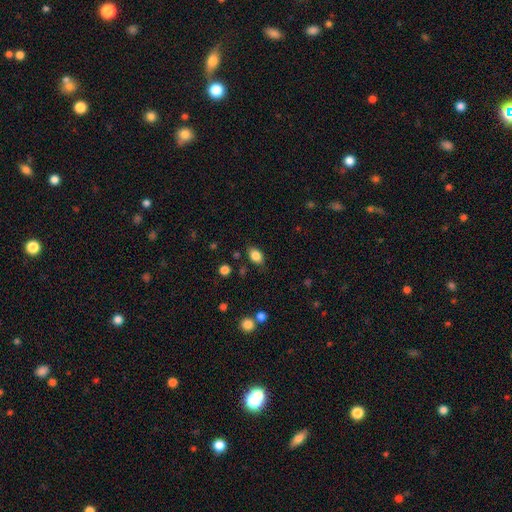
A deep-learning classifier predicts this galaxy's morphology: This is clearly a smooth galaxy (84%). How rounded: clearly in between (83%). Merging: clearly none (80%).